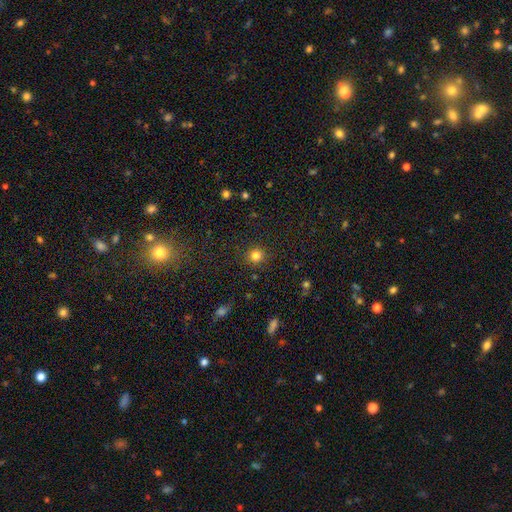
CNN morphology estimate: smooth-or-featured: smooth: 82% | star or artifact: 13% | featured or disk: 5%
  how-rounded: round: 91% | in between: 8% | cigar-shaped: 1%
  merging: none: 89% | minor disturbance: 7% | major disturbance: 3% | merger: 1%